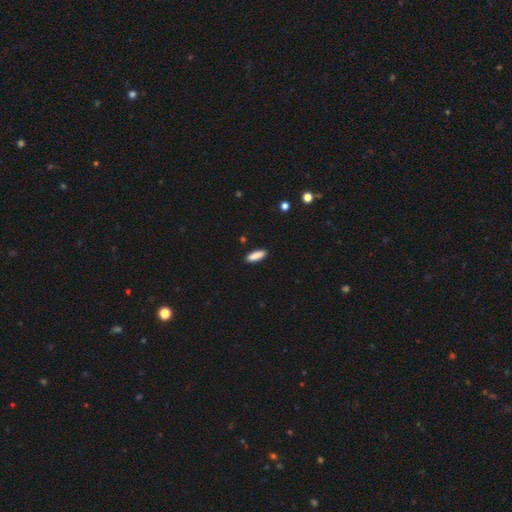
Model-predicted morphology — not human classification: Smooth or featured? smooth (89%)
How rounded? in between (54%)
Merging? none (89%)